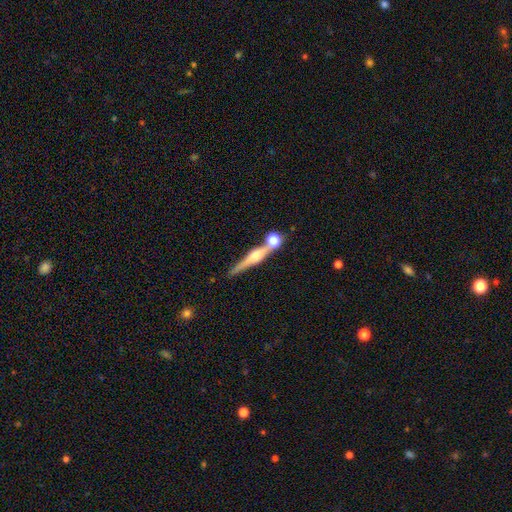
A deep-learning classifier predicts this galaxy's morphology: This appears to be a featured or disk galaxy (67%) viewed edge-on (96%) with a rounded central bulge (86%). Merging: none (66%).